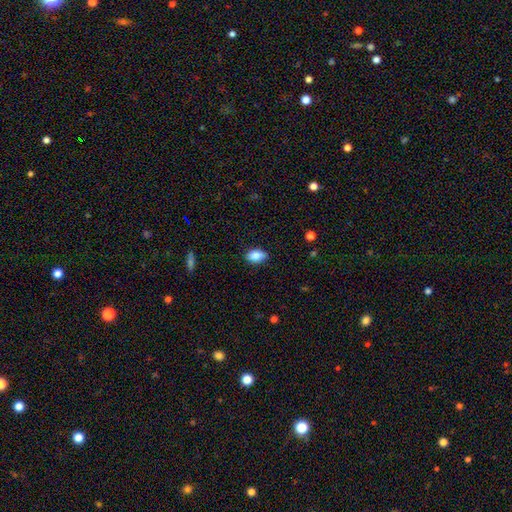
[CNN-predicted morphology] This is clearly a smooth galaxy (88%). How rounded: clearly in between (90%). Merging: clearly none (83%).